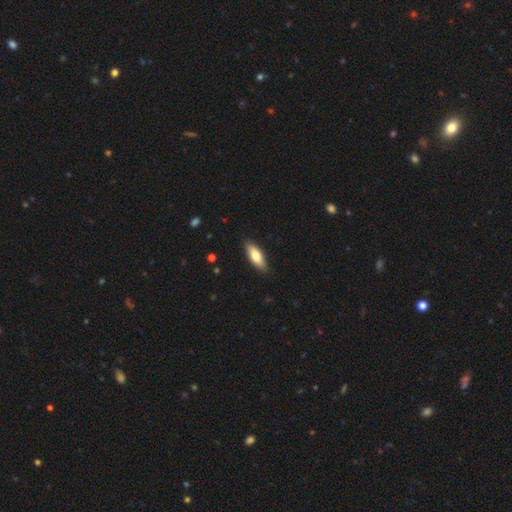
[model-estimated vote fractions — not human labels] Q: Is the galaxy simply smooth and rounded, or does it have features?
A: smooth — 74%.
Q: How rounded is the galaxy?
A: in between — 69%.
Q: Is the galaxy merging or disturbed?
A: none — 88%.